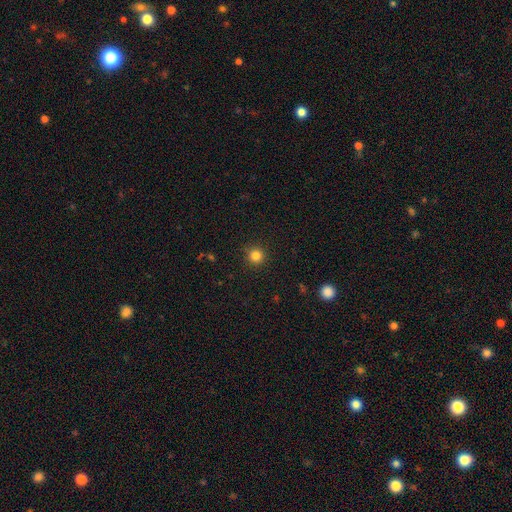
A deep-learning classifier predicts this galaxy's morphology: type=smooth (83%); roundness=round (95%); merging=none (91%).